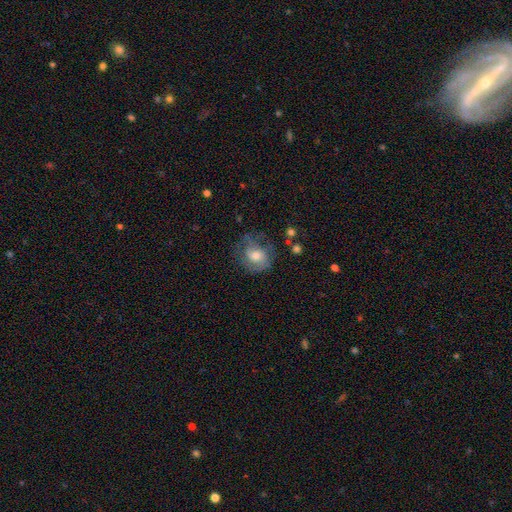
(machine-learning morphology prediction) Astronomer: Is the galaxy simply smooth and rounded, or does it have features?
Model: smooth — 57% (runner-up: featured or disk, 33%).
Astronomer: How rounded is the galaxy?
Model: round — 67%.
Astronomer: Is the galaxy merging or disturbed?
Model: none — 56%.